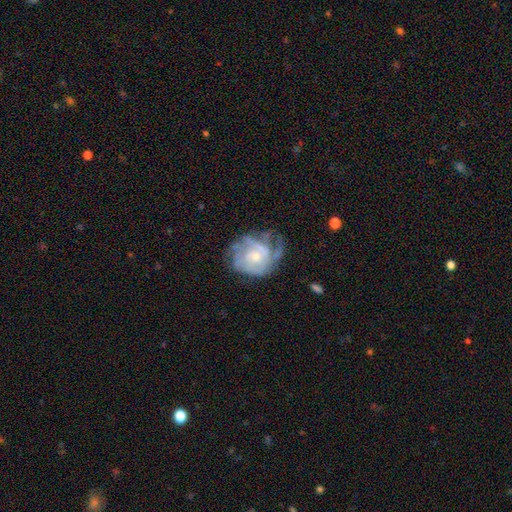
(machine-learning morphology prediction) Smooth or featured? Predicted: featured or disk (p=0.77). Edge-on disk? Predicted: no (p=0.98). Bar? Predicted: no (p=0.75). Spiral arms? Predicted: yes (p=0.84). Spiral winding? Predicted: tight (p=0.55). Spiral arm count? Predicted: can't tell (p=0.46). Bulge size? Predicted: small (p=0.53). Merging? Predicted: none (p=0.47).